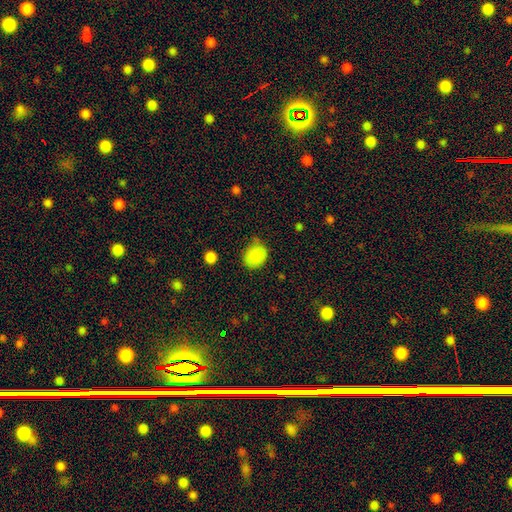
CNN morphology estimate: smooth_or_featured: smooth (p=0.86) [alt: star or artifact p=0.09]
how_rounded: round (p=0.55) [alt: in between p=0.44]
merging: none (p=0.66) [alt: minor disturbance p=0.25]